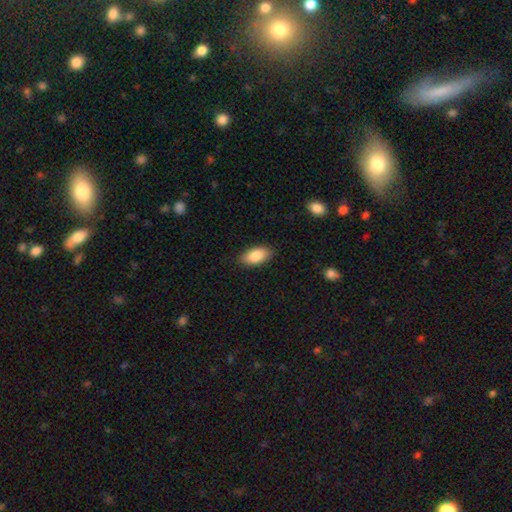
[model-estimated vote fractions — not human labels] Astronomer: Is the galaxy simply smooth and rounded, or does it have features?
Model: smooth — 86%.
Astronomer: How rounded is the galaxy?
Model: in between — 93%.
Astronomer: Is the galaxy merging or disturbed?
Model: none — 87%.